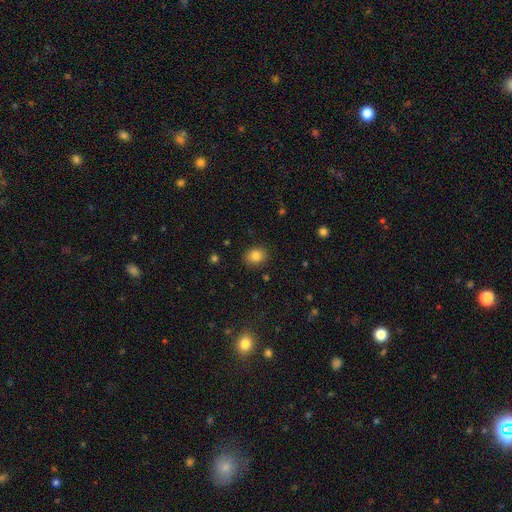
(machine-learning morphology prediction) smooth_or_featured: smooth (p=0.83) [alt: star or artifact p=0.11]
how_rounded: round (p=0.55) [alt: in between p=0.44]
merging: none (p=0.85) [alt: minor disturbance p=0.11]